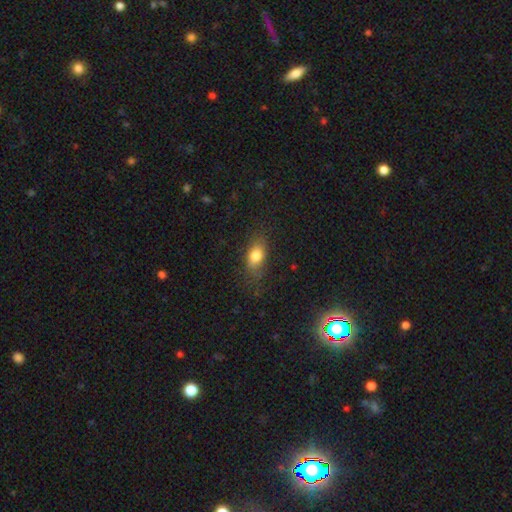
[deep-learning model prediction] smooth-or-featured: smooth: 78% | featured or disk: 13% | star or artifact: 9%
  how-rounded: in between: 81% | round: 11% | cigar-shaped: 8%
  merging: none: 73% | minor disturbance: 19% | major disturbance: 7% | merger: 1%